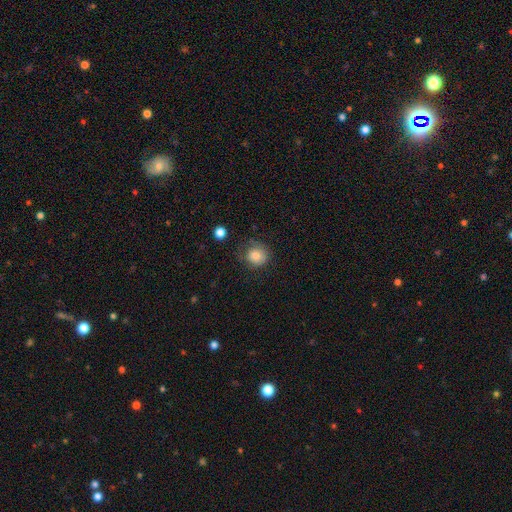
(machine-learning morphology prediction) smooth 83%, star or artifact 9%, featured or disk 8%. Down the decision tree: how rounded — round (79%); merging — none (63%).